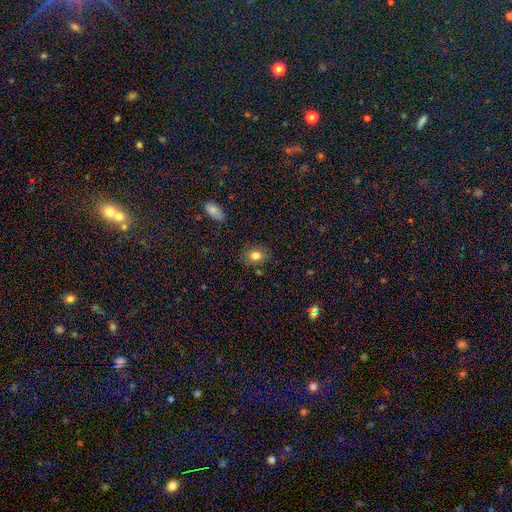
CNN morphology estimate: type=smooth (81%); roundness=in between (50%); merging=none (81%).